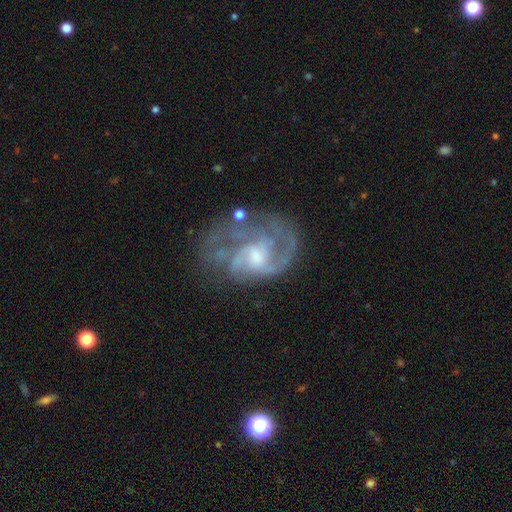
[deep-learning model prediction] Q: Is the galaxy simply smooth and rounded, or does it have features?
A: featured or disk — 84%.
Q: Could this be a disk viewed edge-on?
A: no — 98%.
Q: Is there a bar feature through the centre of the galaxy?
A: no — 47%.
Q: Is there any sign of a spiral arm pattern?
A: yes — 91%.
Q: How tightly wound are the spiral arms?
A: medium — 48%.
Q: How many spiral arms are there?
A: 2 — 30%.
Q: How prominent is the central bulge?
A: moderate — 44%.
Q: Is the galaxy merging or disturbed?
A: none — 46%.